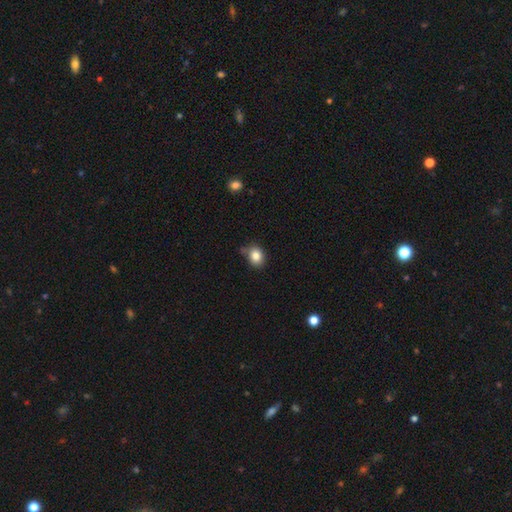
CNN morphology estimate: smooth 84%, star or artifact 10%, featured or disk 6%. Down the decision tree: how rounded — round (53%); merging — none (68%).